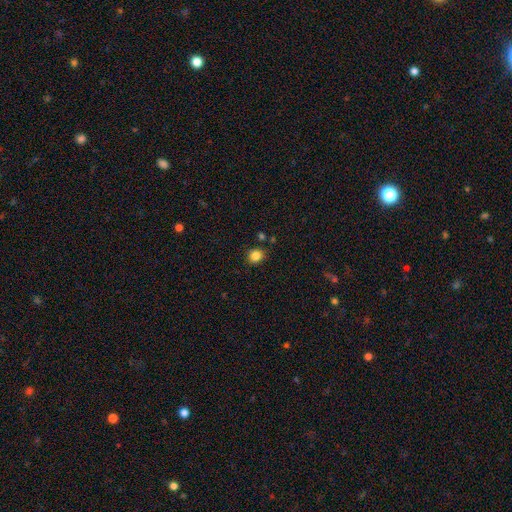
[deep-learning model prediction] Q: Smooth or featured?
A: smooth (84%); runner-up: star or artifact (12%)
Q: How rounded?
A: round (79%); runner-up: in between (20%)
Q: Merging?
A: none (85%); runner-up: minor disturbance (10%)